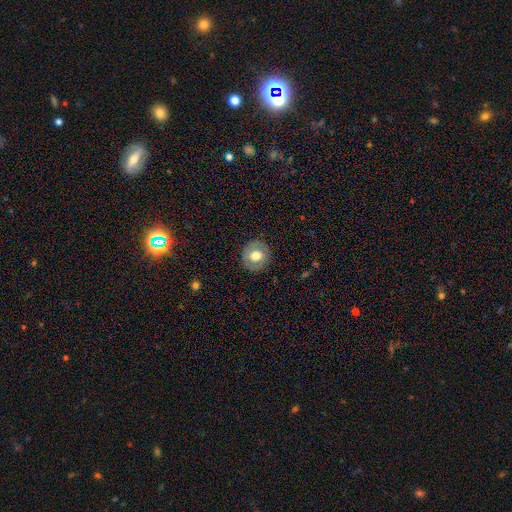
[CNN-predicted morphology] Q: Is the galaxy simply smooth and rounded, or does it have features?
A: smooth — 64%.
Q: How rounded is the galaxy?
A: round — 88%.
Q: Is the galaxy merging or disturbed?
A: none — 88%.